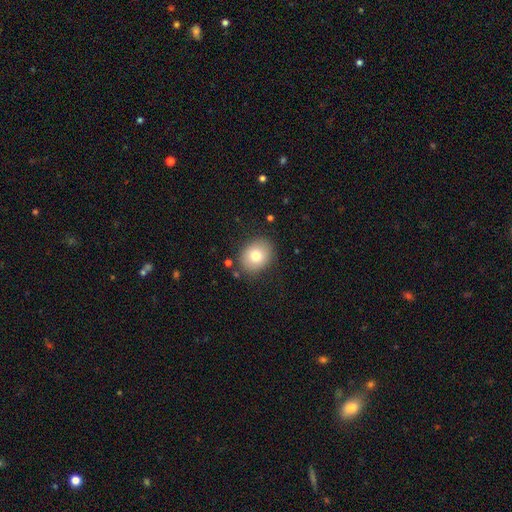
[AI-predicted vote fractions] The model was most divided on "how rounded": round: 51%, in between: 48%, cigar-shaped: 1%. More confident: merging — none (85%); smooth or featured — smooth (77%).